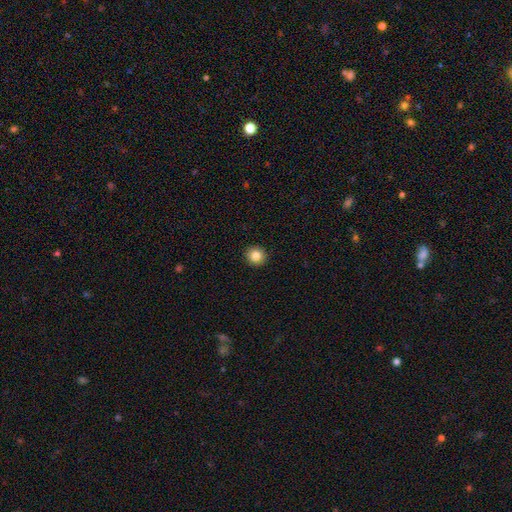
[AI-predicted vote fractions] Morphology: type=smooth (84%); roundness=round (92%); merging=none (93%).